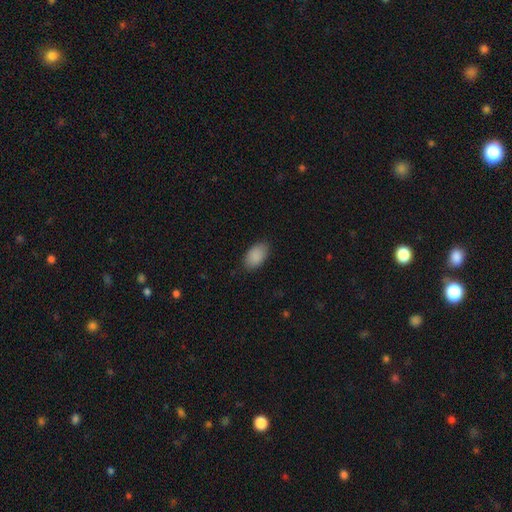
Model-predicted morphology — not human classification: smooth-or-featured: smooth: 90% | star or artifact: 7% | featured or disk: 3%
  how-rounded: in between: 94% | round: 5% | cigar-shaped: 2%
  merging: none: 85% | minor disturbance: 12% | major disturbance: 3% | merger: 1%